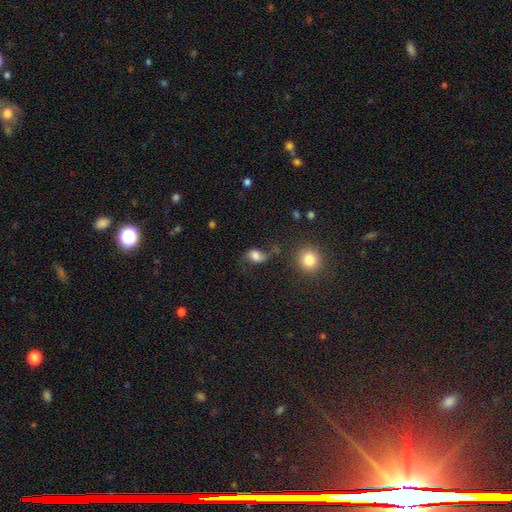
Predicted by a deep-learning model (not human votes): Overall: smooth (54%; featured or disk 33%). How rounded: in between (67%; round 30%). Merging: none (50%; minor disturbance 24%).